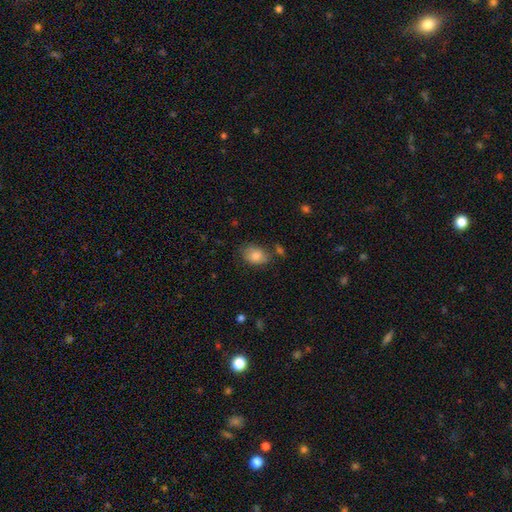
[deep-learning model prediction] Smooth or featured?
  - smooth: 82% *
  - featured or disk: 10%
  - star or artifact: 8%
How rounded?
  - in between: 77% *
  - round: 22%
  - cigar-shaped: 1%
Merging?
  - none: 65% *
  - minor disturbance: 22%
  - merger: 7%
  - major disturbance: 6%